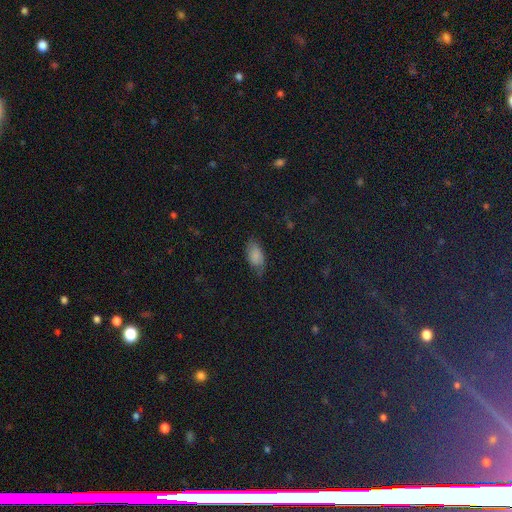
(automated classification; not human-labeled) Smooth or featured?
  - smooth: 78% *
  - featured or disk: 11%
  - star or artifact: 11%
How rounded?
  - in between: 93% *
  - round: 4%
  - cigar-shaped: 3%
Merging?
  - none: 59% *
  - minor disturbance: 30%
  - major disturbance: 10%
  - merger: 2%